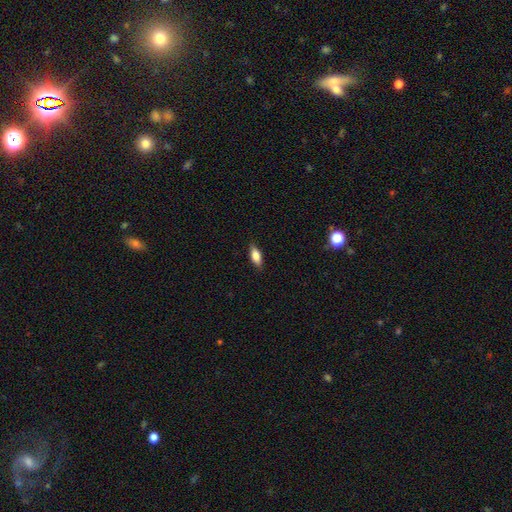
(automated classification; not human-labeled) smooth 77%, featured or disk 16%, star or artifact 7%. Down the decision tree: how rounded — in between (78%); merging — none (86%).